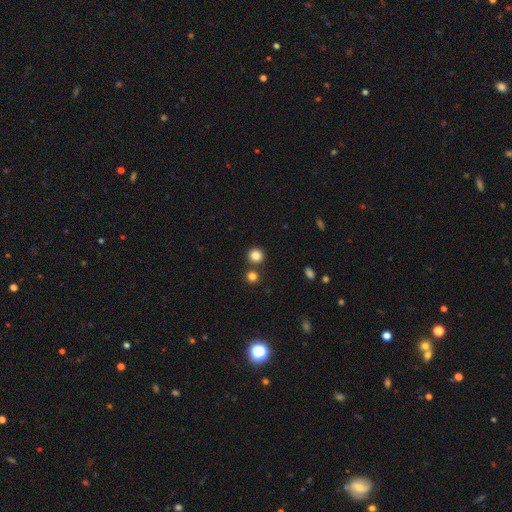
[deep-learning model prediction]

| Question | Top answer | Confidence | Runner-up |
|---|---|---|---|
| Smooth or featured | smooth | 84% | star or artifact (12%) |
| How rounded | round | 93% | in between (6%) |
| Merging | none | 81% | merger (10%) |